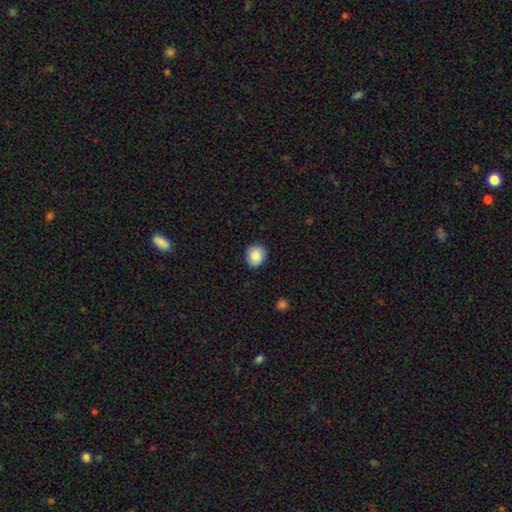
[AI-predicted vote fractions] This is clearly a smooth galaxy (88%). How rounded: likely round (75%). Merging: clearly none (88%).